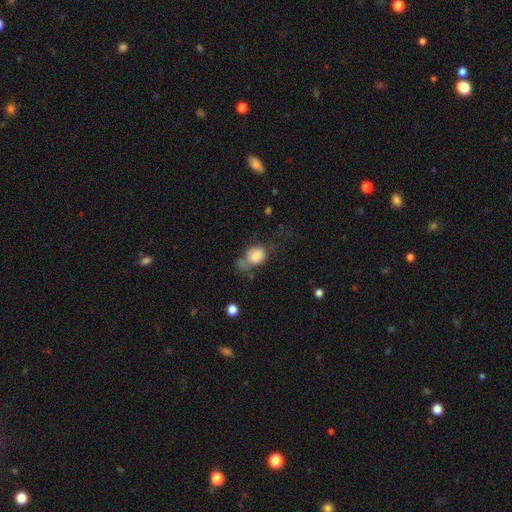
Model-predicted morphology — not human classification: smooth_or_featured: smooth (p=0.79) [alt: featured or disk p=0.12]
how_rounded: in between (p=0.50) [alt: round p=0.48]
merging: none (p=0.30) [alt: minor disturbance p=0.26]